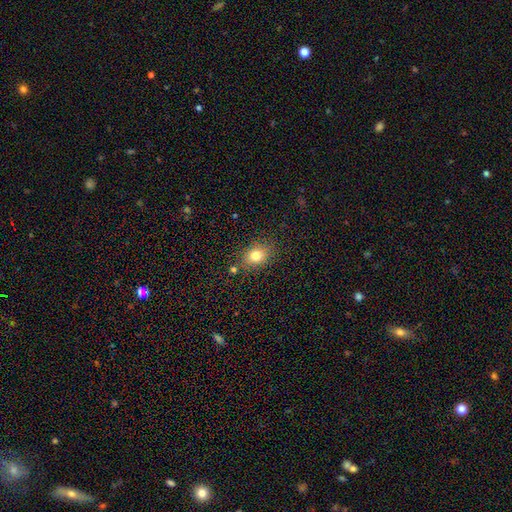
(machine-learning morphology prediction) Smooth or featured?
  - smooth: 79% *
  - star or artifact: 12%
  - featured or disk: 9%
How rounded?
  - in between: 59% *
  - round: 39%
  - cigar-shaped: 1%
Merging?
  - none: 80% *
  - minor disturbance: 12%
  - merger: 4%
  - major disturbance: 4%